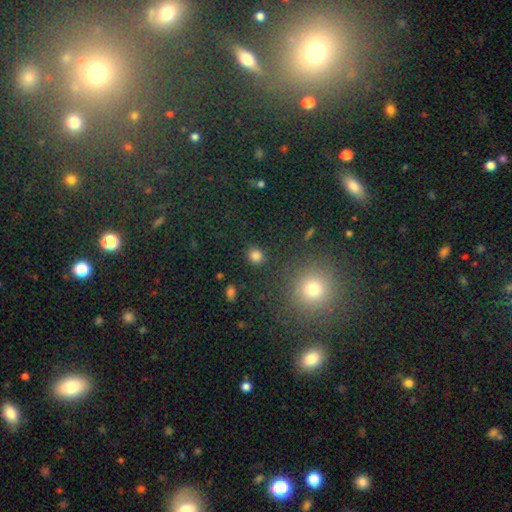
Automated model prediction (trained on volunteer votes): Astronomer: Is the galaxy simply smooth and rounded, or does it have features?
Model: smooth — 81%.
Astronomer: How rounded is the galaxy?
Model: round — 82%.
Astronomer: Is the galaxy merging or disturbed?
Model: none — 87%.